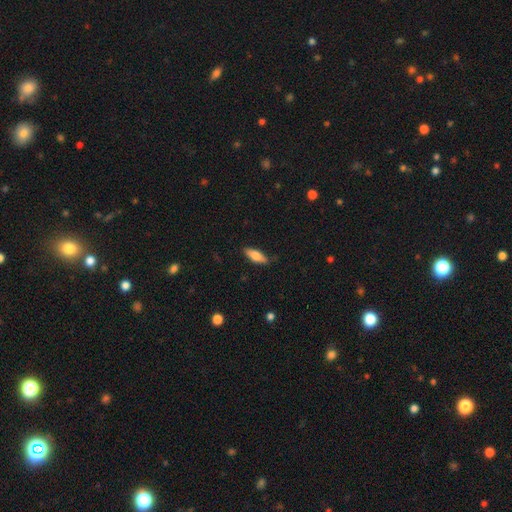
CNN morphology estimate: type=smooth (72%); roundness=in between (65%); merging=none (81%).